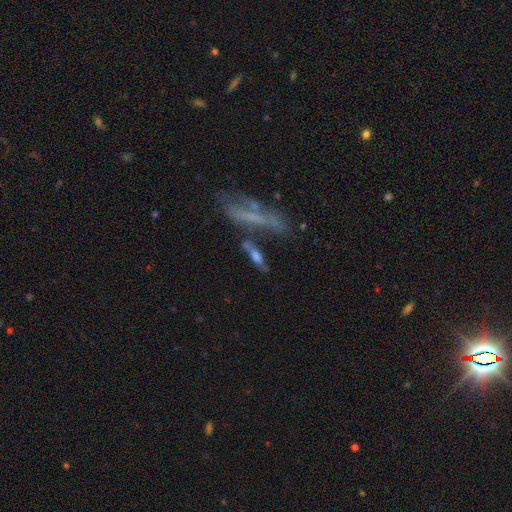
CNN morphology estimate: A smooth galaxy with no disk features (52%) that is cigar-shaped (67%). Merging: none (44%).